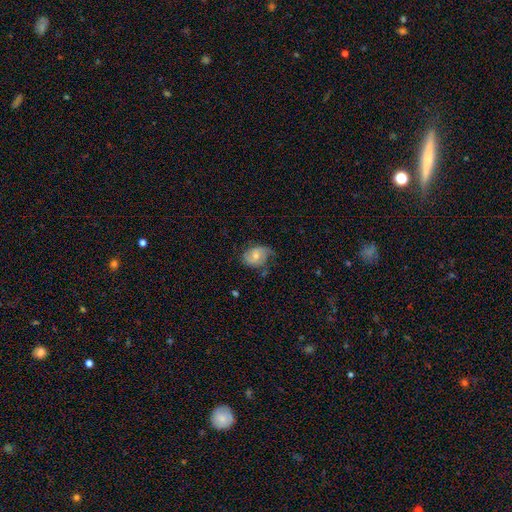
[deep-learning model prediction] Smooth or featured? featured or disk (50%)
Merging? none (46%)